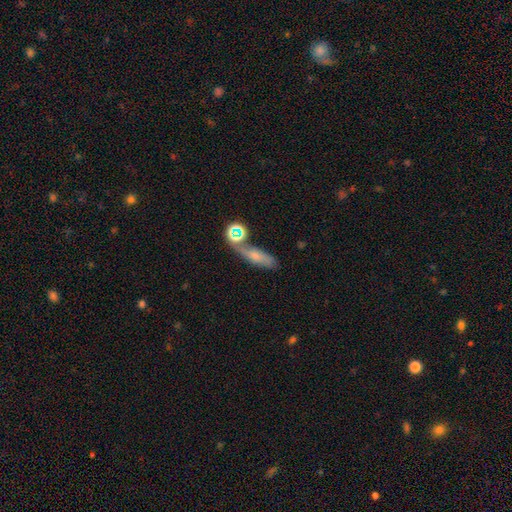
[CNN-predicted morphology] Overall: smooth (54%; featured or disk 31%). How rounded: in between (55%; cigar-shaped 34%). Merging: none (43%; merger 26%).